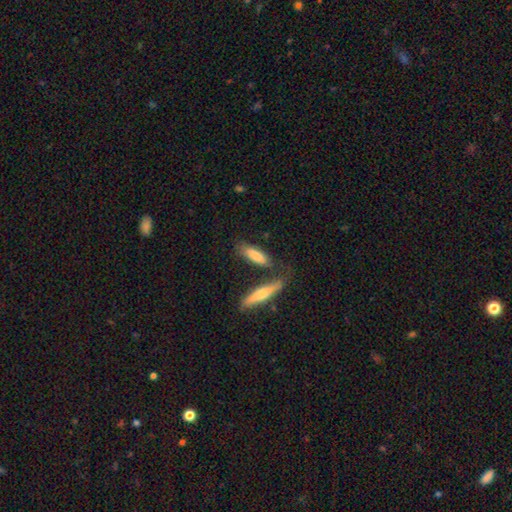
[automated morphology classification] A smooth galaxy with no disk features (77%) that is cigar-shaped (54%).

Vote fractions:
- Smooth or featured? smooth: 77% / featured or disk: 17% / star or artifact: 6%
- How rounded? cigar-shaped: 54% / in between: 44% / round: 2%
- Merging? none: 66% / minor disturbance: 16% / merger: 14% / major disturbance: 5%